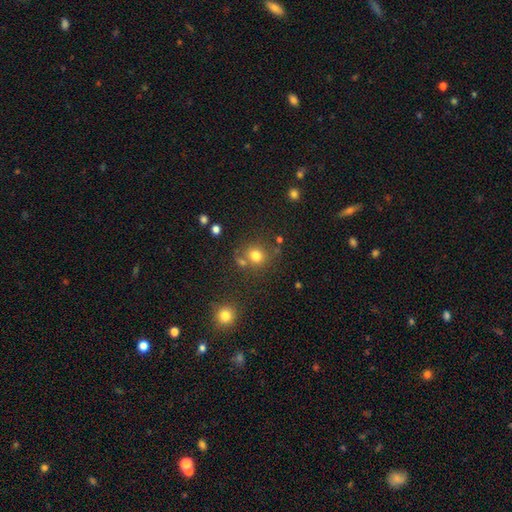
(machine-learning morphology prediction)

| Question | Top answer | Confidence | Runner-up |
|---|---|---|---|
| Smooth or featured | smooth | 77% | star or artifact (15%) |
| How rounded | round | 83% | in between (16%) |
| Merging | none | 70% | merger (15%) |